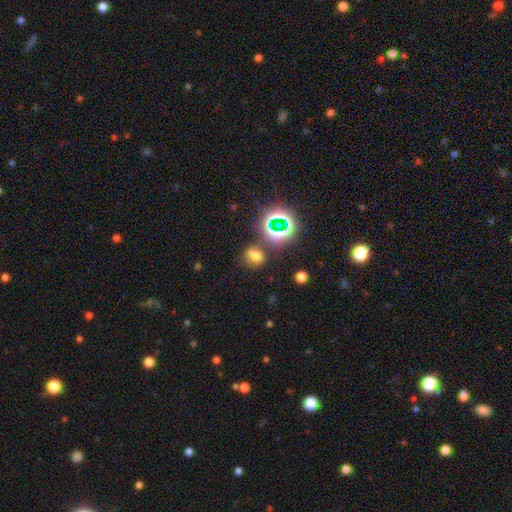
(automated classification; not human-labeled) Q: Smooth or featured?
A: smooth (57%); runner-up: star or artifact (31%)
Q: How rounded?
A: round (69%); runner-up: in between (29%)
Q: Merging?
A: none (57%); runner-up: merger (22%)